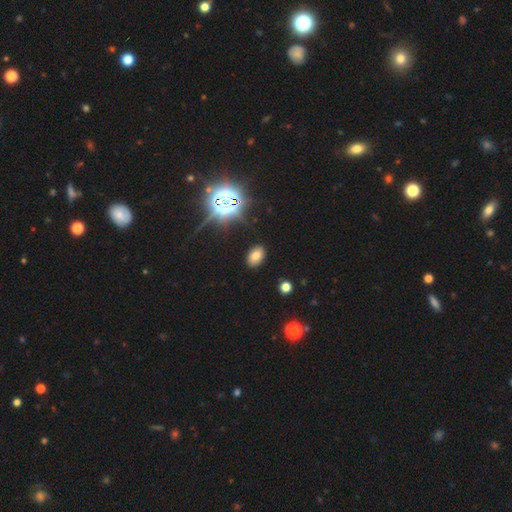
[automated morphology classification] type=smooth (72%); roundness=in between (85%); merging=none (88%).